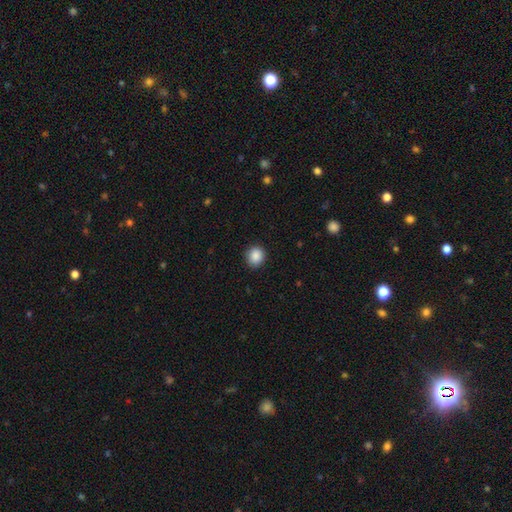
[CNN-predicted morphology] Smooth or featured? smooth (88%)
How rounded? round (85%)
Merging? none (90%)